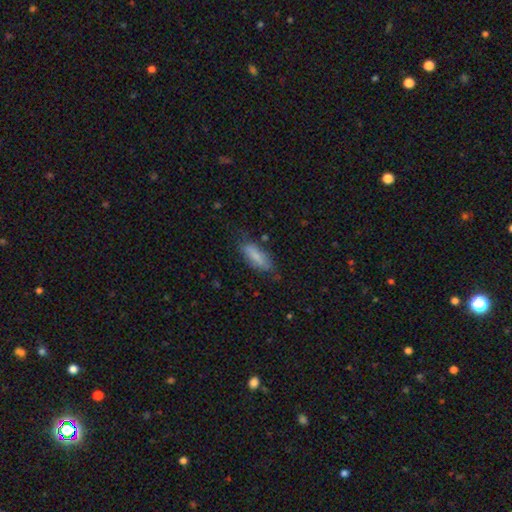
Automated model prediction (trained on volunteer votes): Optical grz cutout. It shows a smooth galaxy with no disk features (79%) that is in between round and cigar-shaped (59%). Merging: none (67%).